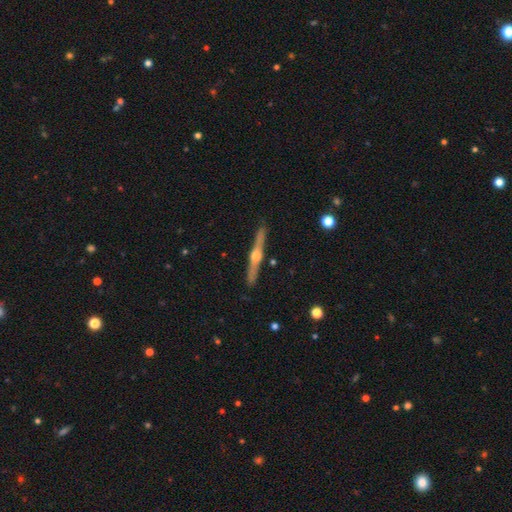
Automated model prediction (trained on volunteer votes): Q: Smooth or featured?
A: featured or disk (80%); runner-up: smooth (15%)
Q: Edge-on disk?
A: yes (98%); runner-up: no (2%)
Q: Edge-on bulge?
A: rounded (91%); runner-up: none (5%)
Q: Merging?
A: none (91%); runner-up: minor disturbance (7%)